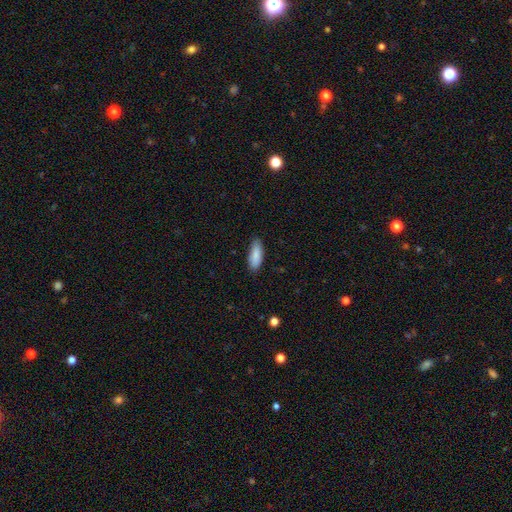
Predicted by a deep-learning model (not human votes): This is clearly a smooth galaxy (88%). How rounded: likely in between (68%). Merging: clearly none (83%).